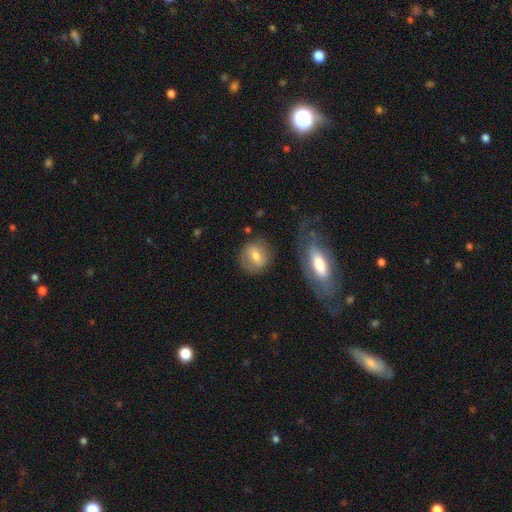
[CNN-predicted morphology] Q: Smooth or featured?
A: smooth (68%); runner-up: featured or disk (24%)
Q: How rounded?
A: round (70%); runner-up: in between (28%)
Q: Merging?
A: none (76%); runner-up: minor disturbance (14%)